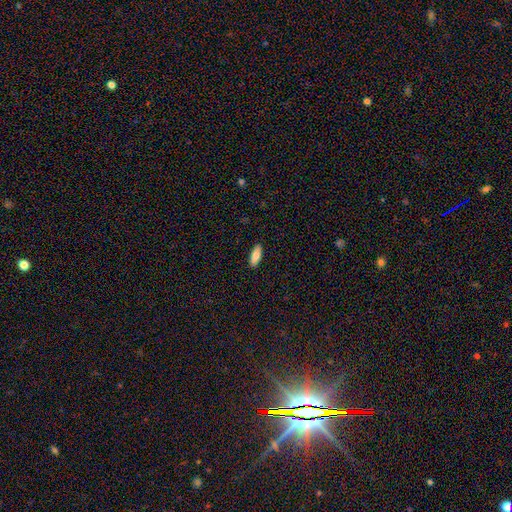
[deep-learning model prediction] Smooth or featured? smooth (81%)
How rounded? in between (77%)
Merging? none (90%)